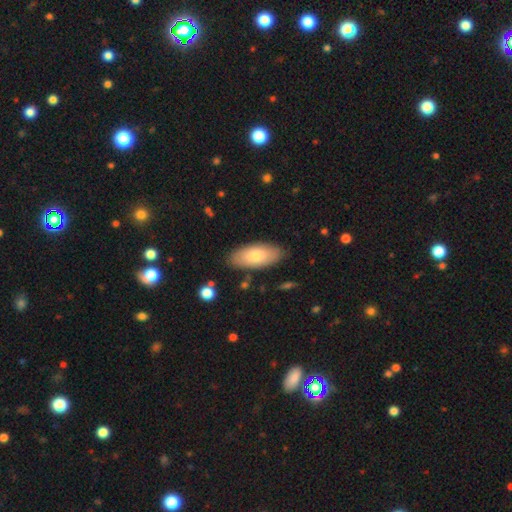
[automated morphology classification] smooth_or_featured: smooth (p=0.75) [alt: featured or disk p=0.20]
how_rounded: in between (p=0.87) [alt: cigar-shaped p=0.11]
merging: none (p=0.86) [alt: minor disturbance p=0.10]